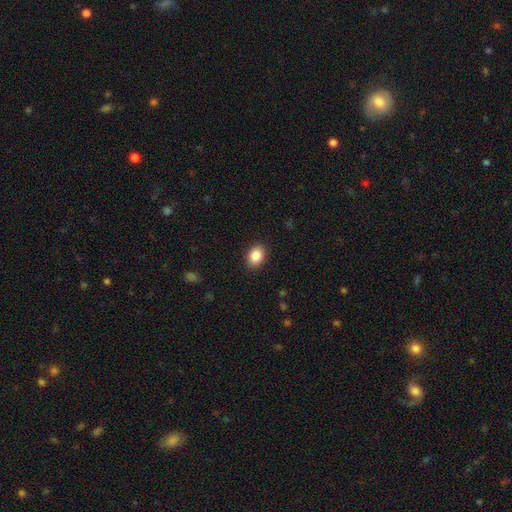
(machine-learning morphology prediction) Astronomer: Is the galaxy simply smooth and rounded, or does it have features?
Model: smooth — 88%.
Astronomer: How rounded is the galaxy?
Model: in between — 74%.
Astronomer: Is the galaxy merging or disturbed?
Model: none — 89%.